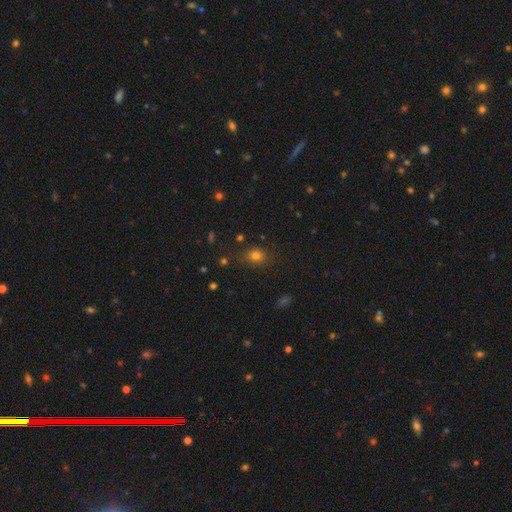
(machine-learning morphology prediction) type=smooth (75%); roundness=round (64%); merging=none (78%).